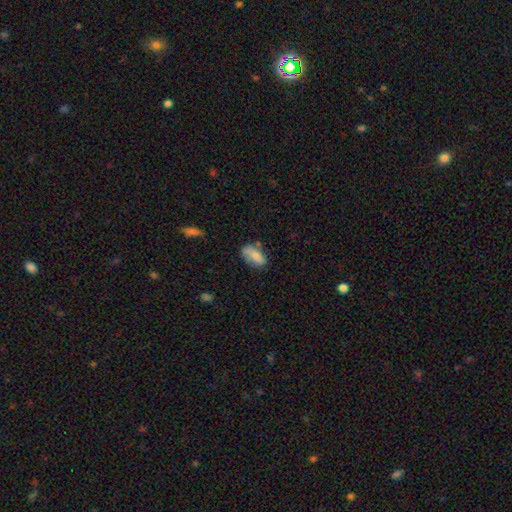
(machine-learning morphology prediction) smooth 74%, featured or disk 19%, star or artifact 7%. Down the decision tree: how rounded — in between (90%); merging — none (63%).